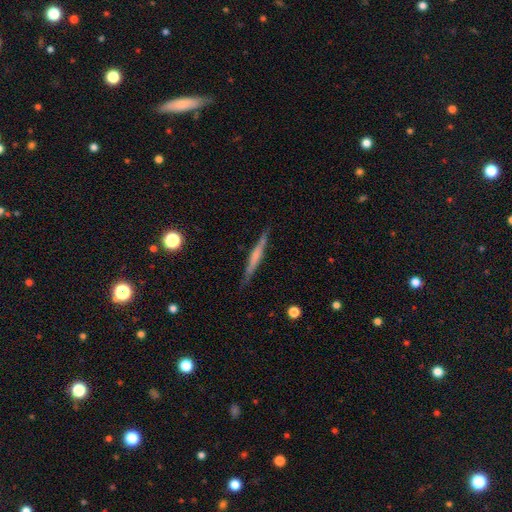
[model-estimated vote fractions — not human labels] smooth-or-featured: featured or disk: 53% | smooth: 40% | star or artifact: 6%
  disk-edge-on: yes: 97% | no: 3%
    edge-on-bulge: none: 55% | rounded: 24% | boxy: 21%
  merging: none: 87% | minor disturbance: 9% | major disturbance: 2% | merger: 1%